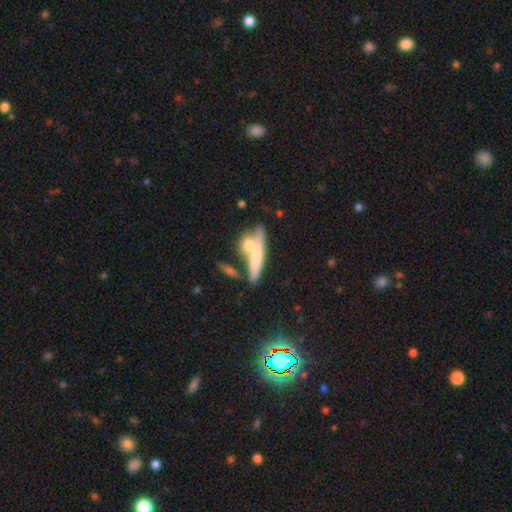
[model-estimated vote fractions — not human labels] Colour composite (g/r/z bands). It shows a smooth galaxy with no disk features (59%) that is cigar-shaped (74%). Merging: none (49%).